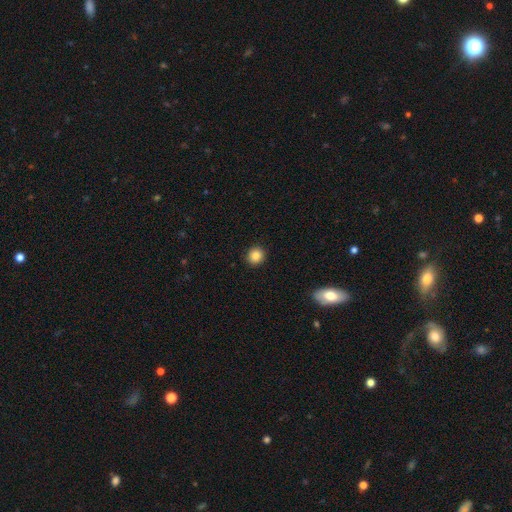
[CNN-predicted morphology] A smooth galaxy with no disk features (86%) that is round (89%).

Vote fractions:
- Smooth or featured? smooth: 86% / star or artifact: 10% / featured or disk: 4%
- How rounded? round: 89% / in between: 10% / cigar-shaped: 1%
- Merging? none: 91% / minor disturbance: 6% / major disturbance: 2% / merger: 1%